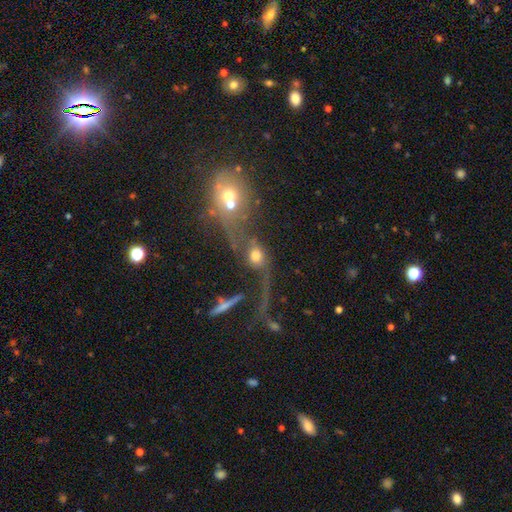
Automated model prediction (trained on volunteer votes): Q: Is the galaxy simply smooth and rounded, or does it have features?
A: featured or disk — 46%.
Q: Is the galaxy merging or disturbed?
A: merger — 37%.